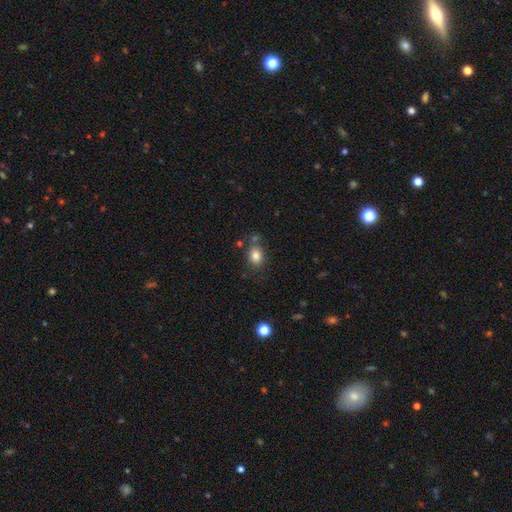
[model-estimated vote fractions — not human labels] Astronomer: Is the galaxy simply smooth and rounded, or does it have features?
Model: smooth — 82%.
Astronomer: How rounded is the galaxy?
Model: in between — 58% (runner-up: round, 41%).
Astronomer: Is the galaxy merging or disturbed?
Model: none — 72%.